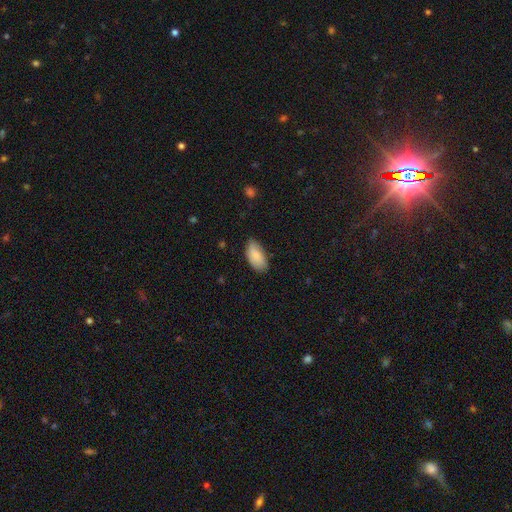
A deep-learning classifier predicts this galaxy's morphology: Smooth or featured?
  - smooth: 85% *
  - featured or disk: 8%
  - star or artifact: 6%
How rounded?
  - in between: 94% *
  - cigar-shaped: 4%
  - round: 2%
Merging?
  - none: 75% *
  - minor disturbance: 20%
  - major disturbance: 3%
  - merger: 1%